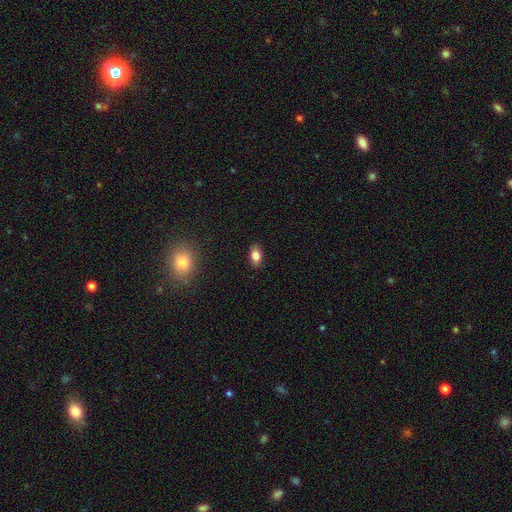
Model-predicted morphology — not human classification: This is clearly a smooth galaxy (82%). How rounded: clearly in between (88%). Merging: clearly none (88%).